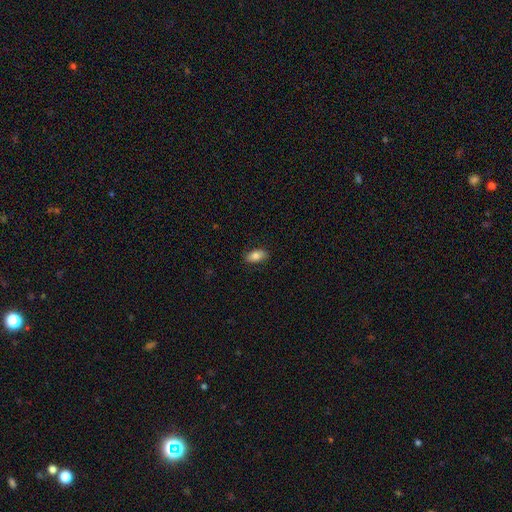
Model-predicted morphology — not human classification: Smooth or featured? Predicted: smooth (p=0.82). How rounded? Predicted: in between (p=0.91). Merging? Predicted: none (p=0.87).